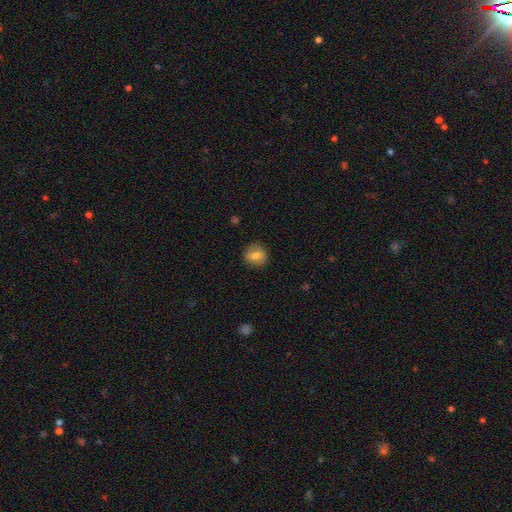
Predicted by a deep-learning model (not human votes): smooth 70%, featured or disk 21%, star or artifact 9%. Down the decision tree: how rounded — round (72%); merging — none (85%).